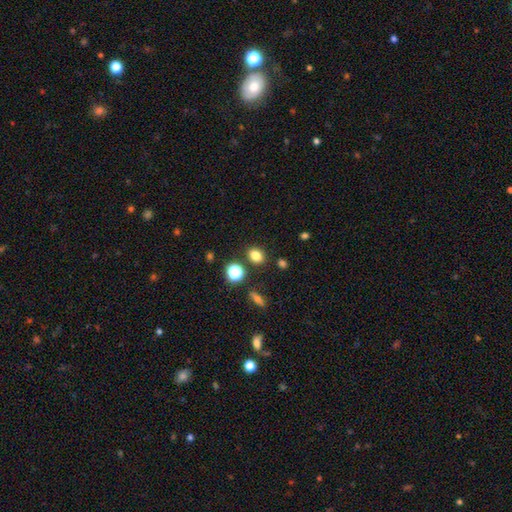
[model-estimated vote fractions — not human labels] This appears to be a smooth galaxy with no disk features (79%) that is in between round and cigar-shaped (52%). Merging: none (82%).